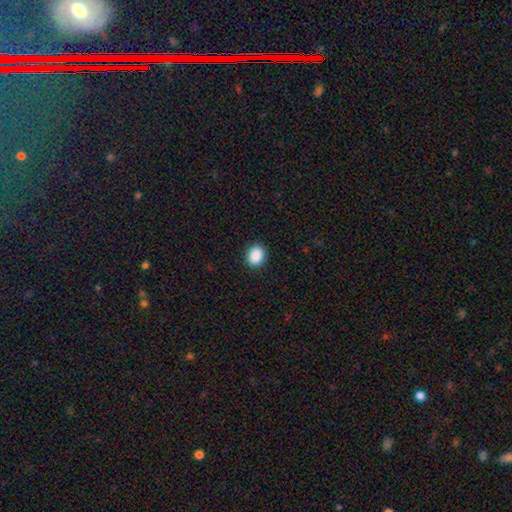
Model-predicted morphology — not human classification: Q: Smooth or featured?
A: smooth (89%); runner-up: star or artifact (8%)
Q: How rounded?
A: round (56%); runner-up: in between (43%)
Q: Merging?
A: none (91%); runner-up: minor disturbance (6%)